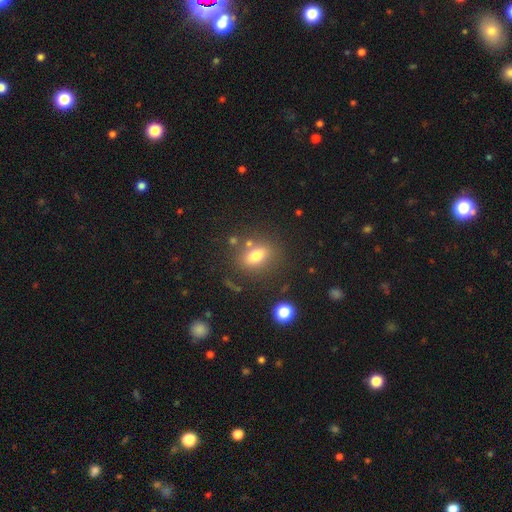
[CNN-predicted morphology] Smooth or featured? Predicted: smooth (p=0.75). How rounded? Predicted: in between (p=0.68). Merging? Predicted: none (p=0.74).